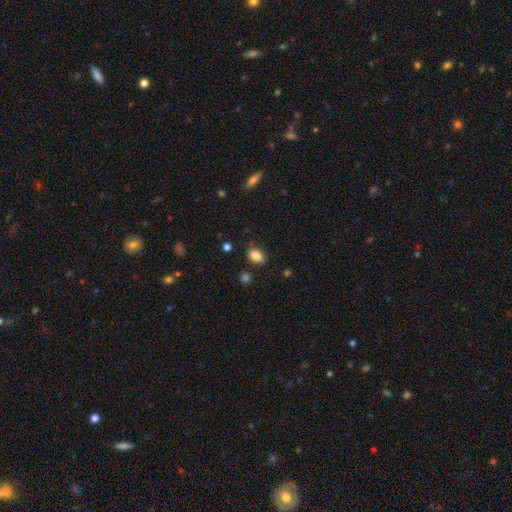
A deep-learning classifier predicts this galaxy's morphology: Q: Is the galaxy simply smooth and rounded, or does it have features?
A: smooth — 86%.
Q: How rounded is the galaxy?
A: in between — 82%.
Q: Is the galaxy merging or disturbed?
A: none — 80%.